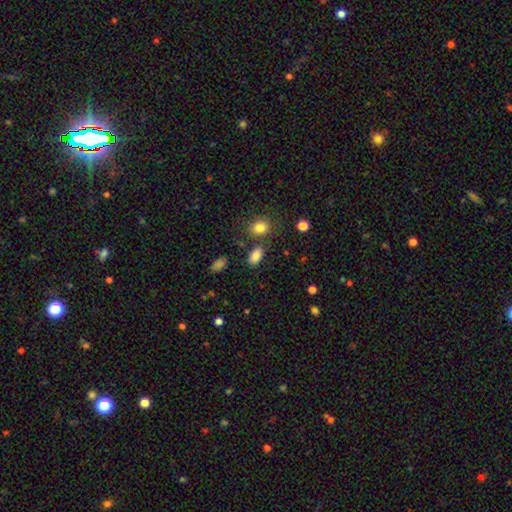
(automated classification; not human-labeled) This is clearly a smooth galaxy (84%). How rounded: clearly in between (89%). Merging: likely none (77%).